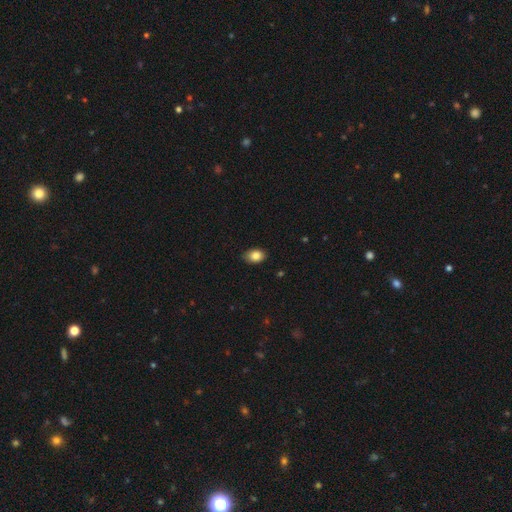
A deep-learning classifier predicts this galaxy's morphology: Overall: smooth (85%). How rounded: in between (81%). Merging: none (84%).